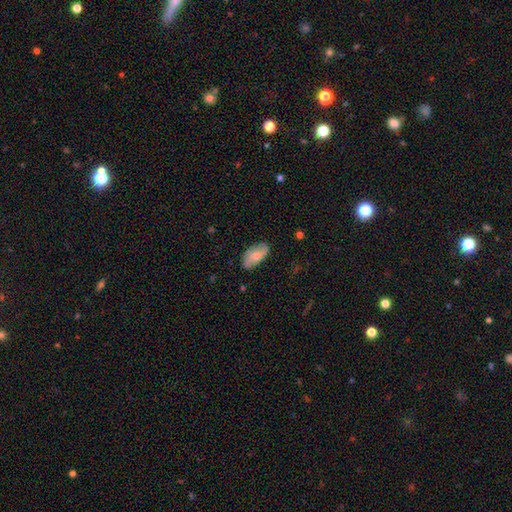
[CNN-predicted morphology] Q: Smooth or featured?
A: smooth (69%); runner-up: featured or disk (25%)
Q: How rounded?
A: in between (93%); runner-up: cigar-shaped (4%)
Q: Merging?
A: none (73%); runner-up: minor disturbance (21%)